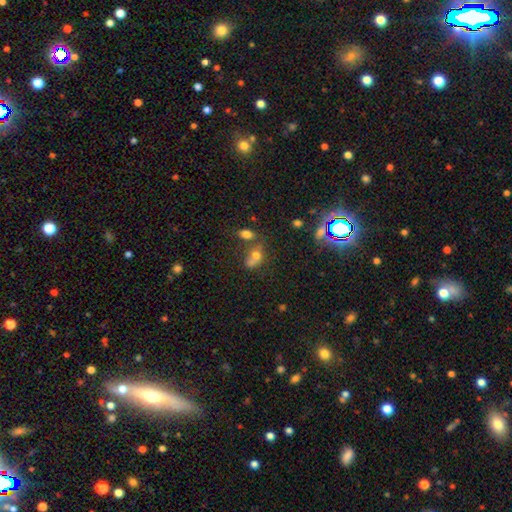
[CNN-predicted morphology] A smooth galaxy with no disk features (63%) that is in between round and cigar-shaped (57%). Merging: merger (49%).